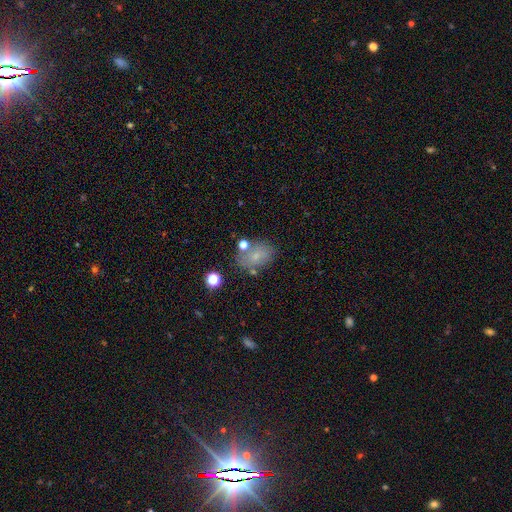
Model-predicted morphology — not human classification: The model was most divided on "merging": none: 71%, minor disturbance: 16%, merger: 9%, major disturbance: 5%. More confident: how rounded — in between (82%); smooth or featured — smooth (72%).